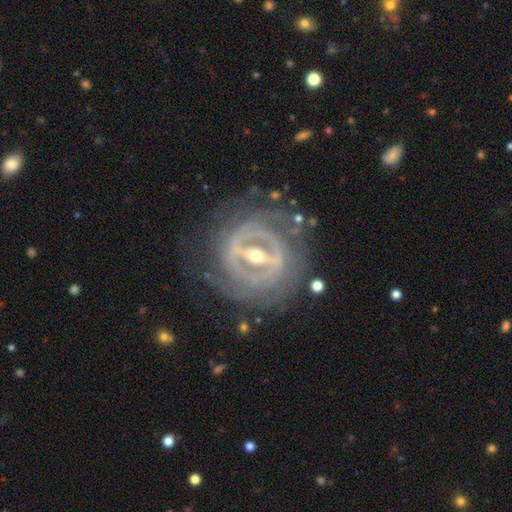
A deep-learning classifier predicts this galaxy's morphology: The model was most divided on "spiral arm count": can't tell: 43%, 2: 21%, 3: 11%, 4: 10%, more than 4: 8%, 1: 6%. More confident: edge-on disk — no (90%); smooth or featured — featured or disk (89%); spiral arms — yes (78%); merging — none (78%); bar — strong (77%); spiral winding — tight (75%); bulge size — moderate (58%).